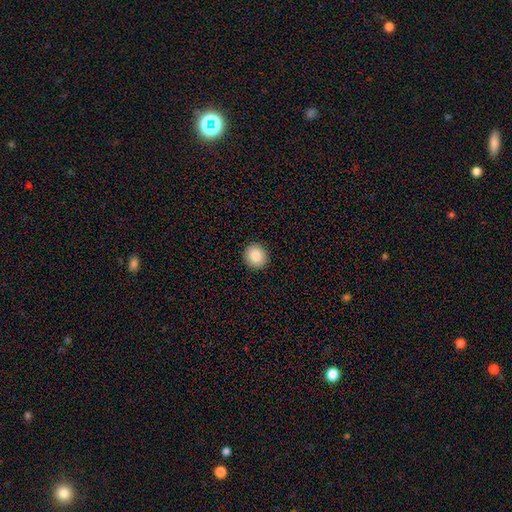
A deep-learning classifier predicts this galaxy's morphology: Smooth or featured?
  - smooth: 86% *
  - star or artifact: 8%
  - featured or disk: 5%
How rounded?
  - round: 90% *
  - in between: 9%
  - cigar-shaped: 1%
Merging?
  - none: 93% *
  - minor disturbance: 5%
  - major disturbance: 2%
  - merger: 1%